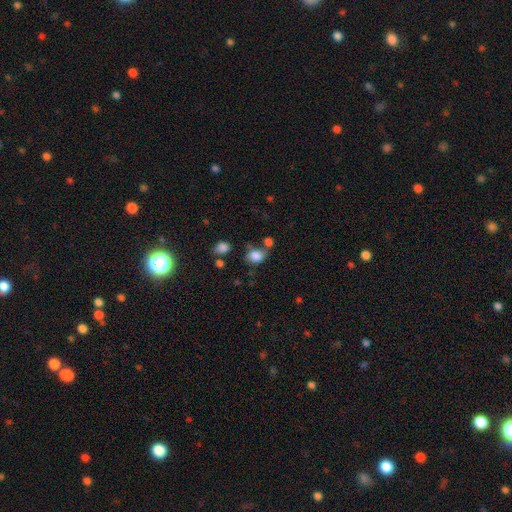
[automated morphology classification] This is clearly a smooth galaxy (83%). How rounded: likely in between (64%). Merging: possibly none (56%).